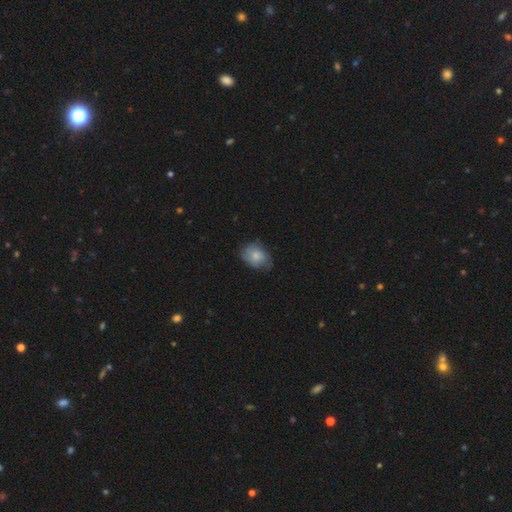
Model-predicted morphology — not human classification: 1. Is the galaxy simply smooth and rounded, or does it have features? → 66% smooth, 27% featured or disk, 7% star or artifact.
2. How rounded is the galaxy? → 69% in between, 30% round, 1% cigar-shaped.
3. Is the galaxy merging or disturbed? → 61% none, 29% minor disturbance, 9% major disturbance, 1% merger.